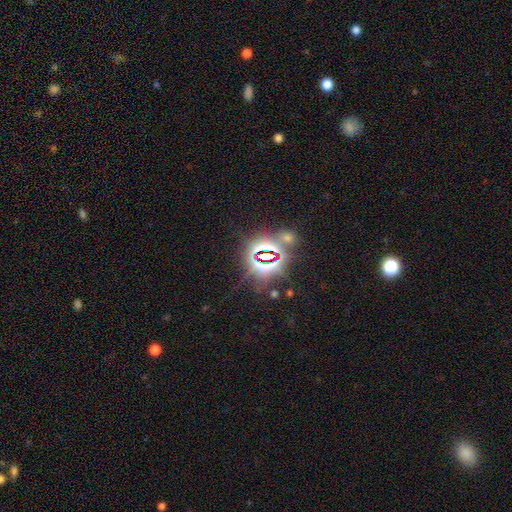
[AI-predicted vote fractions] smooth-or-featured: star or artifact: 82% | smooth: 11% | featured or disk: 8%